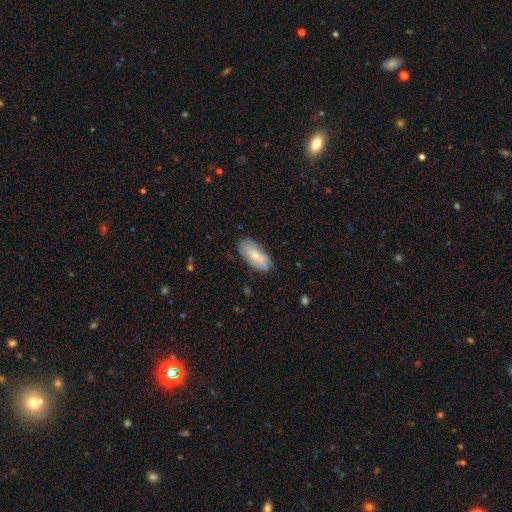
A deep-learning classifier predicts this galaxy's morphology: Q: Smooth or featured?
A: smooth (66%); runner-up: featured or disk (27%)
Q: How rounded?
A: in between (90%); runner-up: cigar-shaped (8%)
Q: Merging?
A: none (75%); runner-up: minor disturbance (19%)